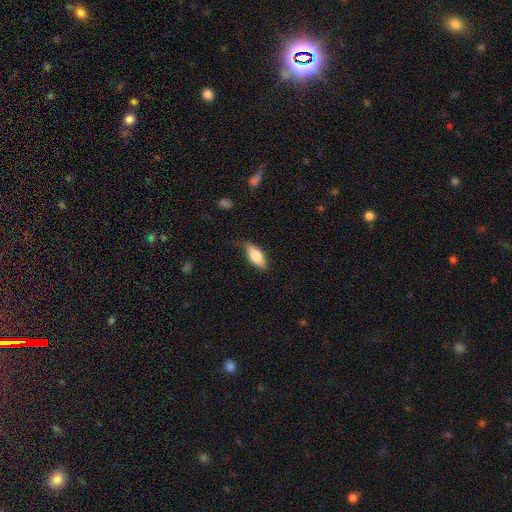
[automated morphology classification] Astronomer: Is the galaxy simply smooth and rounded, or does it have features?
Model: smooth — 78%.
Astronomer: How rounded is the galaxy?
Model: in between — 82%.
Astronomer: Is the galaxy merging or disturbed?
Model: none — 76%.